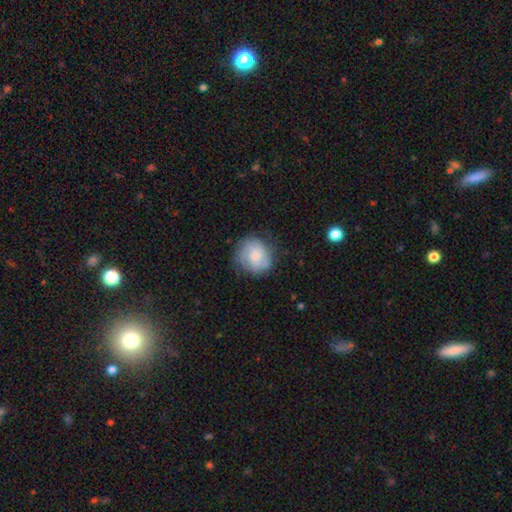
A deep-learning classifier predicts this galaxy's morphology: Smooth or featured?
  - smooth: 49% *
  - featured or disk: 43%
  - star or artifact: 8%
Merging?
  - none: 72% *
  - minor disturbance: 19%
  - major disturbance: 7%
  - merger: 1%